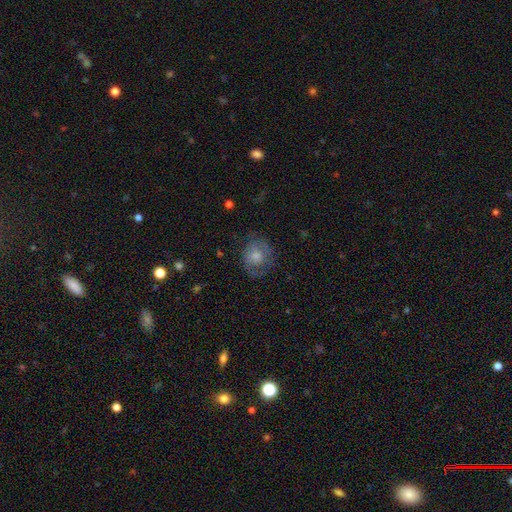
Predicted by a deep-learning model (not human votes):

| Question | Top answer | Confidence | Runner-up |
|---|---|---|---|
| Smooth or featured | featured or disk | 50% | smooth (37%) |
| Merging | none | 70% | minor disturbance (18%) |